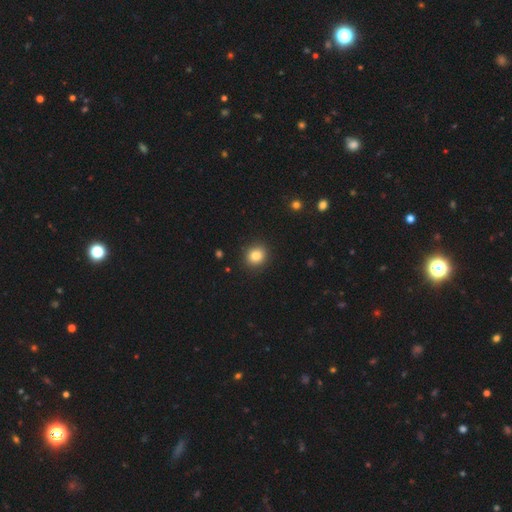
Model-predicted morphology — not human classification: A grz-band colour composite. It shows a smooth galaxy with no disk features (84%) that is round (83%). Merging: none (91%).